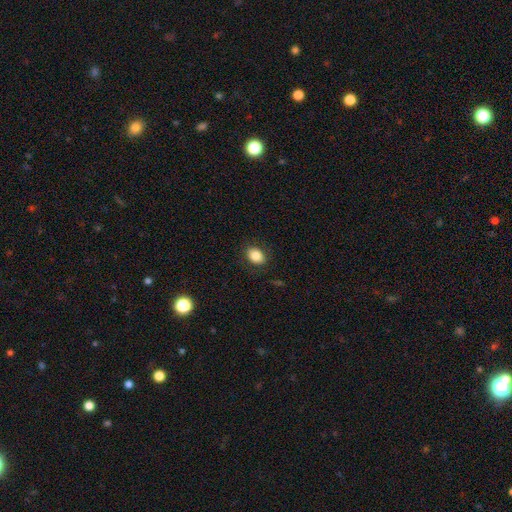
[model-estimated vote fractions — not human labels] smooth 85%, star or artifact 9%, featured or disk 6%. Down the decision tree: how rounded — in between (64%); merging — none (86%).